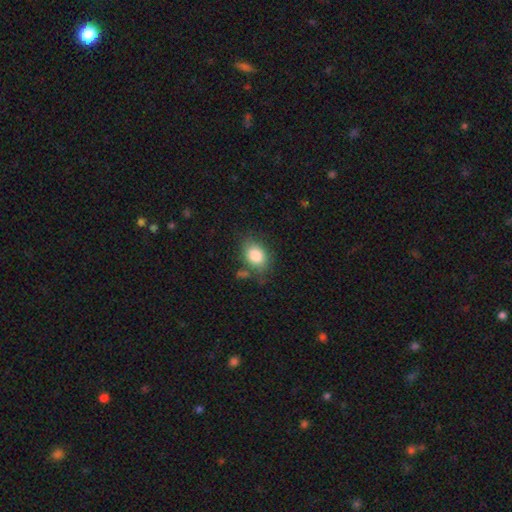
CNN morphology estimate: A smooth galaxy with no disk features (83%) that is in between round and cigar-shaped (71%). Merging: none (70%).